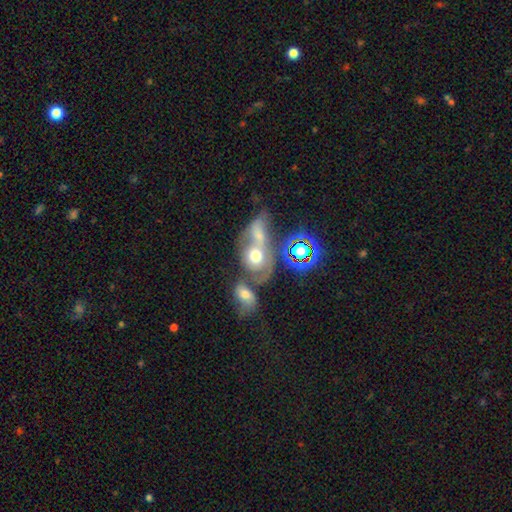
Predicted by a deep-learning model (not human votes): This appears to be a smooth galaxy with no disk features (48%). Merging: merger (61%).